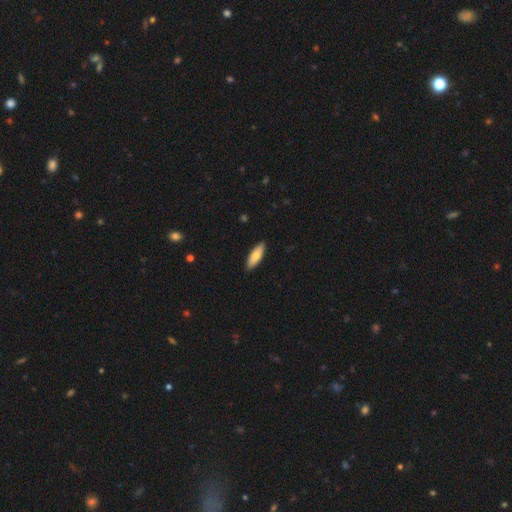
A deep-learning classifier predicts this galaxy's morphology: A smooth galaxy with no disk features (77%) that is in between round and cigar-shaped (61%). Merging: none (90%).